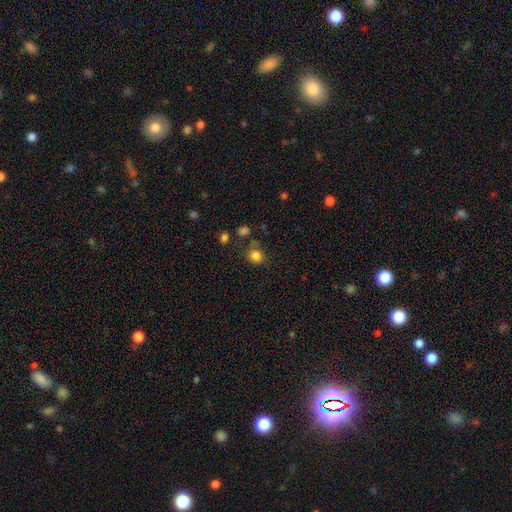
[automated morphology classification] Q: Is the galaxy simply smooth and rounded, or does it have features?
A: smooth — 83%.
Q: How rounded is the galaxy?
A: round — 82%.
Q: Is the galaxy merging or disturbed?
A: none — 69%.